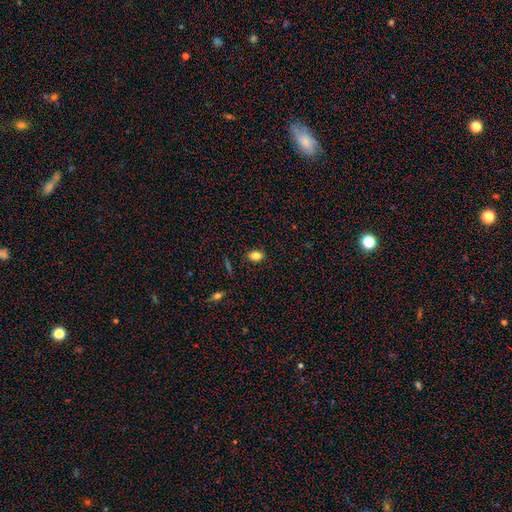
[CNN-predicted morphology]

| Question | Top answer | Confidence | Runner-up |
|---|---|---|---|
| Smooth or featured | smooth | 82% | star or artifact (11%) |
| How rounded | in between | 72% | round (26%) |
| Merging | none | 87% | minor disturbance (9%) |